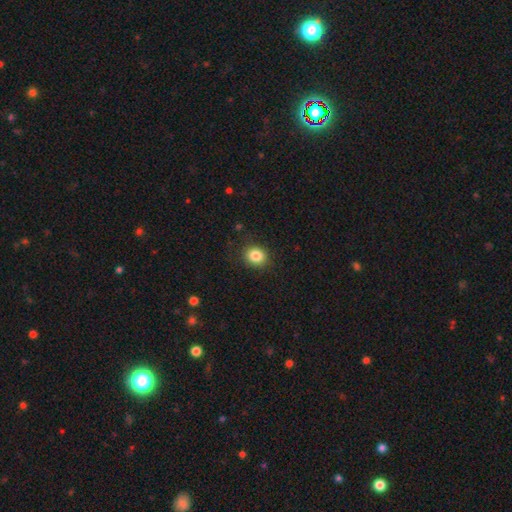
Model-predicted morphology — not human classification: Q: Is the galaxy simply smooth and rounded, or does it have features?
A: smooth — 84%.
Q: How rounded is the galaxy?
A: round — 71%.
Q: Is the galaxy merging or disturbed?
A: none — 87%.